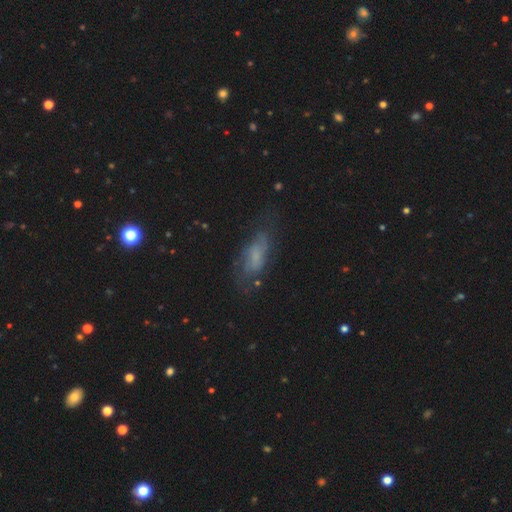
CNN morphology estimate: A featured or disk galaxy (45%).

Vote fractions:
- Smooth or featured? featured or disk: 45% / smooth: 43% / star or artifact: 12%
- Merging? none: 58% / minor disturbance: 24% / major disturbance: 15% / merger: 2%